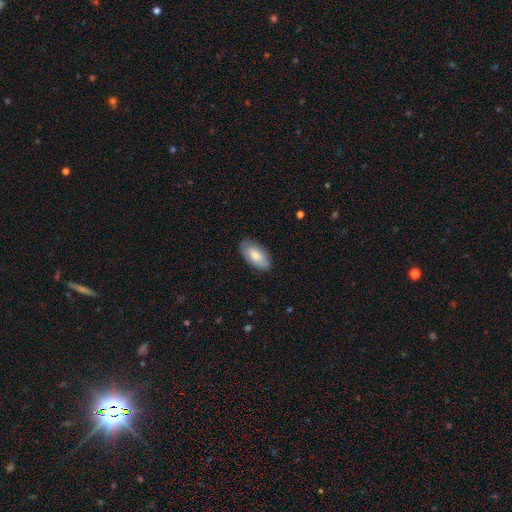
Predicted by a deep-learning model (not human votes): Smooth or featured? Predicted: smooth (p=0.78). How rounded? Predicted: in between (p=0.93). Merging? Predicted: none (p=0.82).